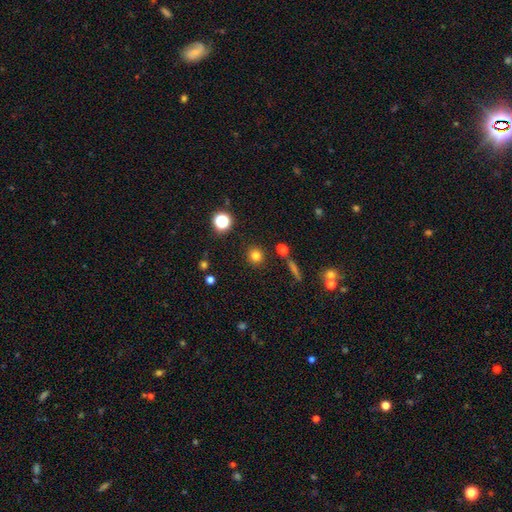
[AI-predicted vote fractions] A smooth galaxy with no disk features (78%) that is round (92%). Merging: none (87%).